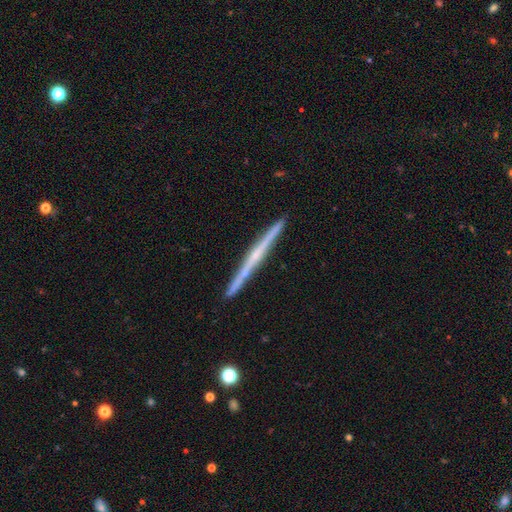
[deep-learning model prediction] Smooth or featured? featured or disk (72%)
Edge-on disk? yes (98%)
Edge-on bulge? none (52%)
Merging? none (91%)